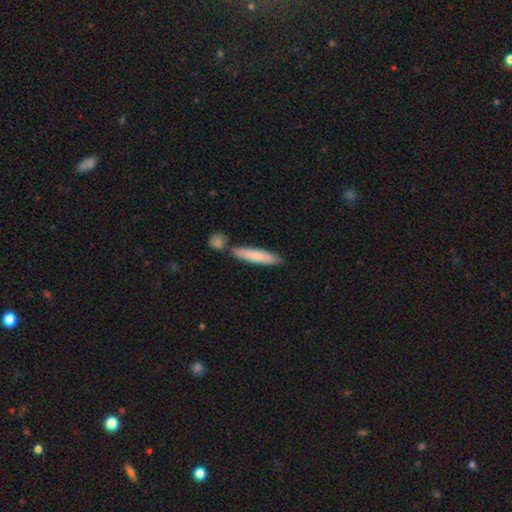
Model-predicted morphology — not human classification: Smooth or featured? Predicted: smooth (p=0.77). How rounded? Predicted: cigar-shaped (p=0.87). Merging? Predicted: none (p=0.75).